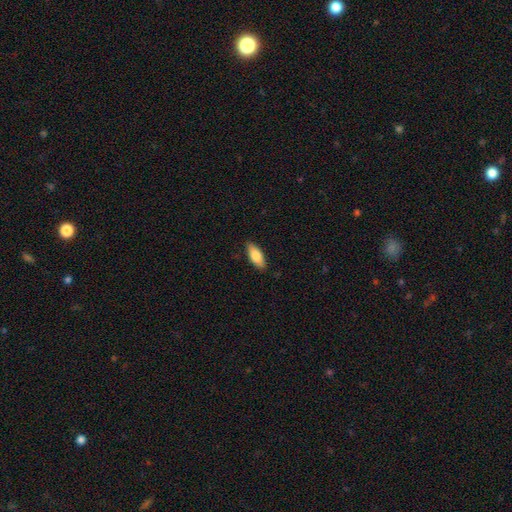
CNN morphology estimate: type=smooth (81%); roundness=in between (79%); merging=none (87%).